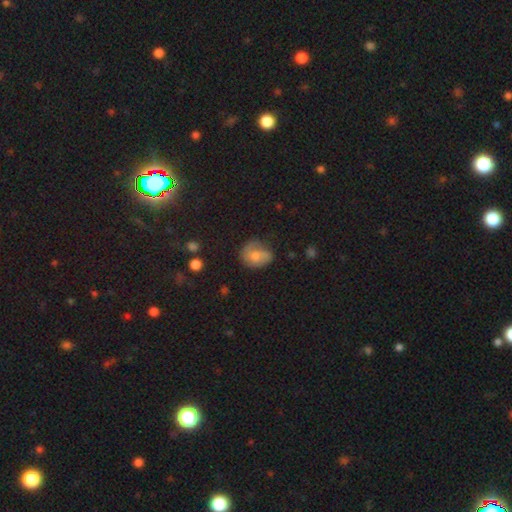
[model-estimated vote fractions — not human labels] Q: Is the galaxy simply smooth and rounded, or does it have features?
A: smooth — 57%.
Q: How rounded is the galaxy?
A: round — 50%.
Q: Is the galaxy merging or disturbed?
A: none — 43%.